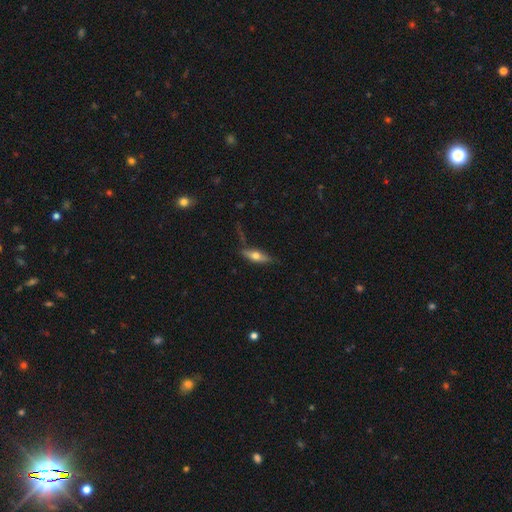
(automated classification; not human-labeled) Smooth or featured? smooth (51%)
How rounded? cigar-shaped (49%)
Merging? none (70%)